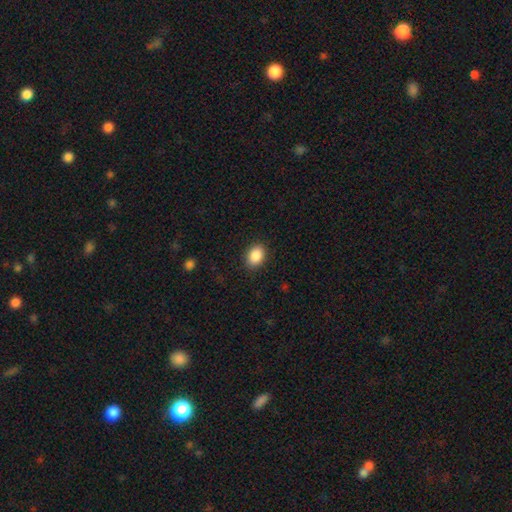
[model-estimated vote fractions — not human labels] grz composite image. It shows a smooth galaxy with no disk features (89%) that is in between round and cigar-shaped (74%). Merging: none (88%).